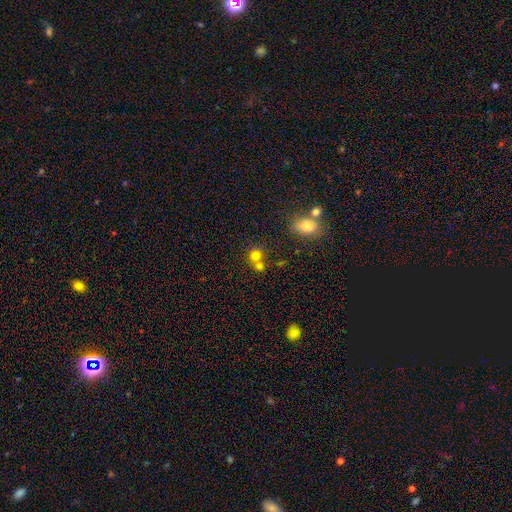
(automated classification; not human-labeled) Overall: smooth (75%). How rounded: round (80%). Merging: none (45%; merger 44%).